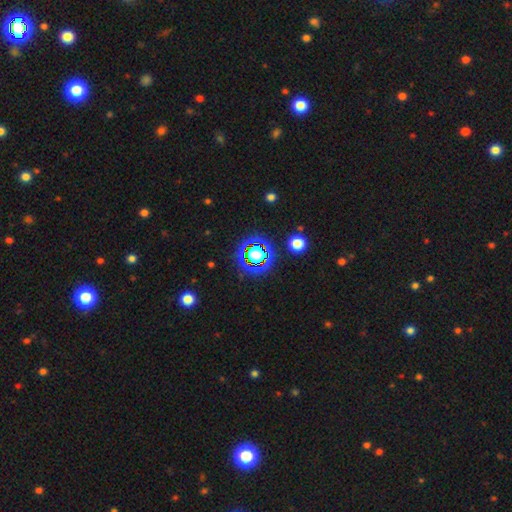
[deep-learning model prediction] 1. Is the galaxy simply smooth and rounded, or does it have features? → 70% star or artifact, 19% smooth, 11% featured or disk.